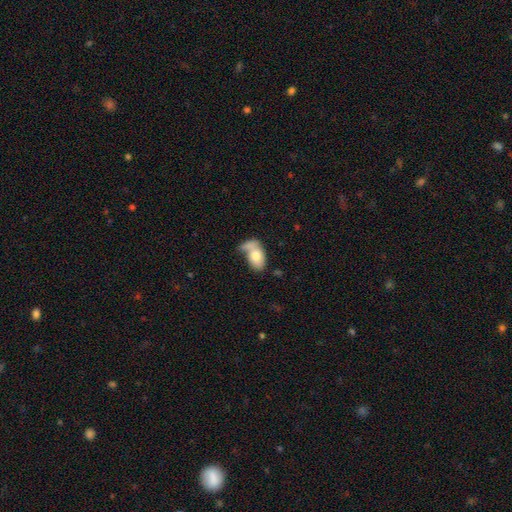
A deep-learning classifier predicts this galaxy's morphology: Smooth or featured: smooth — 72% (featured or disk — 21%)
How rounded: in between — 89% (round — 9%)
Merging: merger — 32% (none — 28%)